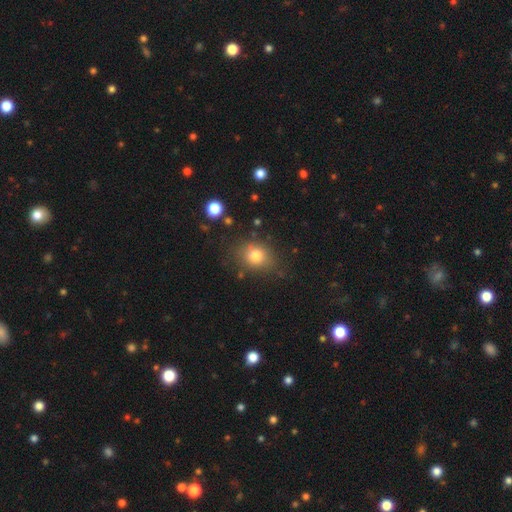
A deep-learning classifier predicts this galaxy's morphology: smooth_or_featured: smooth (p=0.77) [alt: star or artifact p=0.12]
how_rounded: round (p=0.57) [alt: in between p=0.42]
merging: none (p=0.75) [alt: minor disturbance p=0.16]